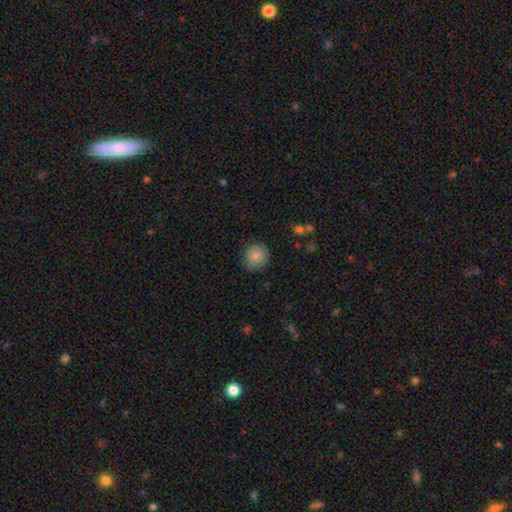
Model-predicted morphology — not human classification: This appears to be a smooth galaxy with no disk features (85%) that is round (87%). Merging: none (80%).